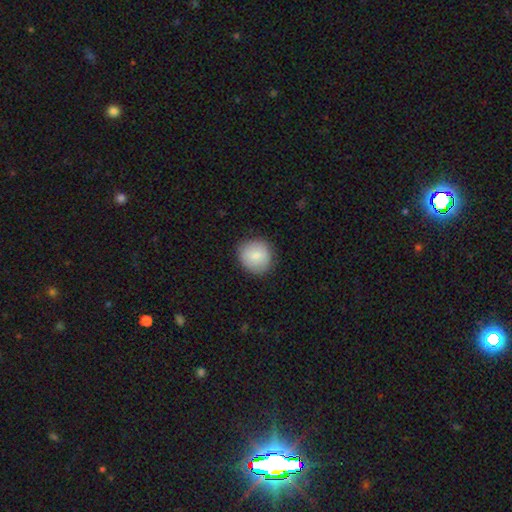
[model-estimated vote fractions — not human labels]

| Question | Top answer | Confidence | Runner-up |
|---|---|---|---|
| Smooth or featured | smooth | 81% | featured or disk (13%) |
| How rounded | round | 89% | in between (10%) |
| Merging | none | 86% | minor disturbance (10%) |